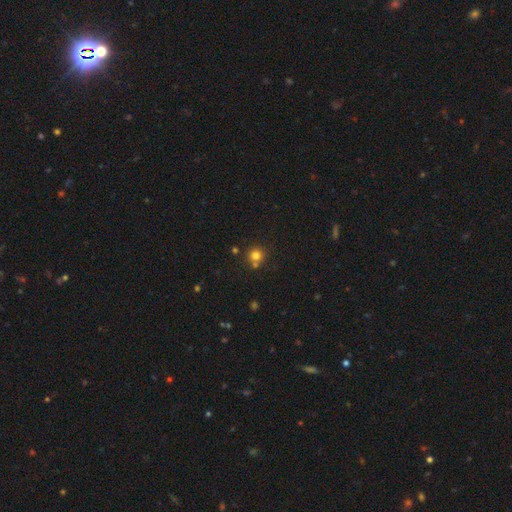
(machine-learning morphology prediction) Smooth or featured? smooth (78%)
How rounded? round (92%)
Merging? none (72%)